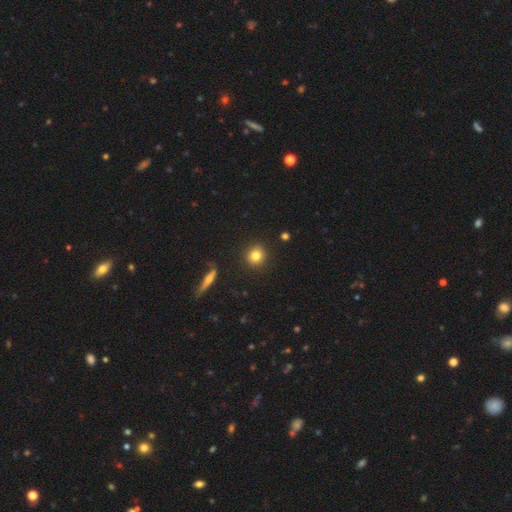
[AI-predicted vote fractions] This appears to be a smooth galaxy with no disk features (81%) that is round (89%). Merging: none (91%).